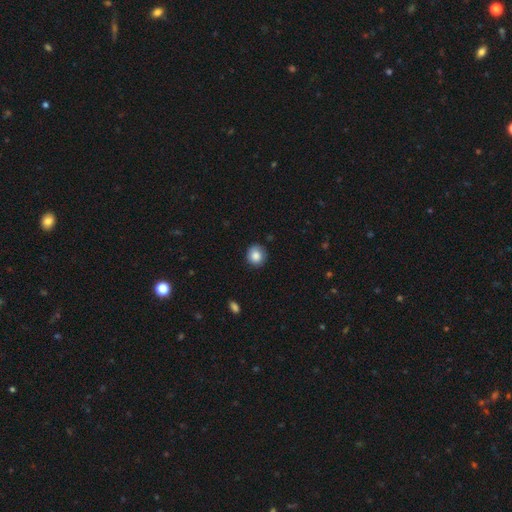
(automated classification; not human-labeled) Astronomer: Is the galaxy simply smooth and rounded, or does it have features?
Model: smooth — 86%.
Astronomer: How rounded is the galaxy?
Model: round — 86%.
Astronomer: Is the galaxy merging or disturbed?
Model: none — 86%.